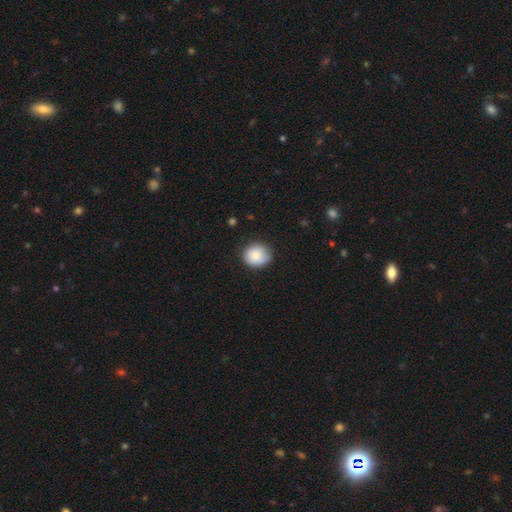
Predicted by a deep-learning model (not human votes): Overall: smooth (84%). How rounded: round (76%). Merging: none (78%).